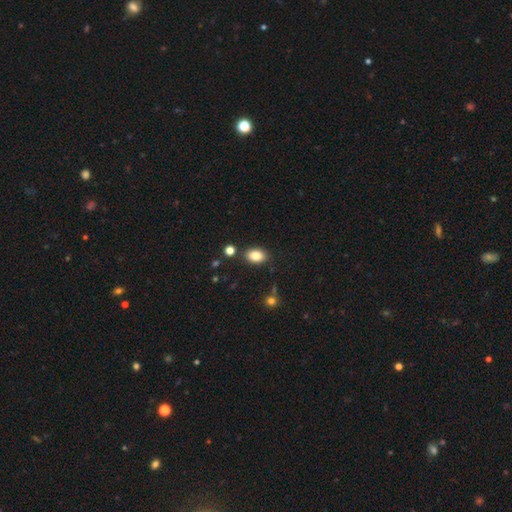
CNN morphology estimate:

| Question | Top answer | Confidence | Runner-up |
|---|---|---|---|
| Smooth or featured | smooth | 84% | star or artifact (9%) |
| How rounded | in between | 81% | round (17%) |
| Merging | none | 84% | minor disturbance (9%) |